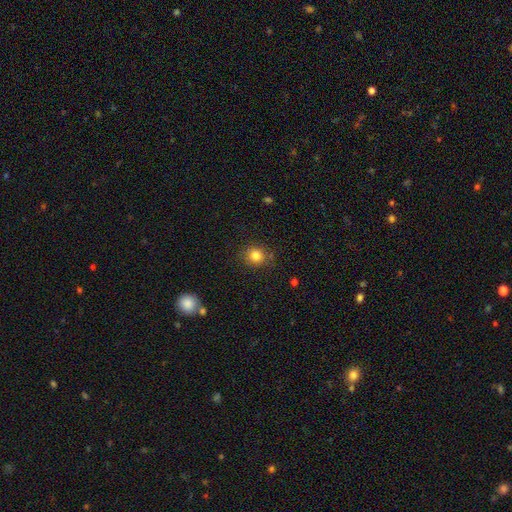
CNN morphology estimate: smooth-or-featured: smooth: 83% | star or artifact: 12% | featured or disk: 6%
  how-rounded: round: 82% | in between: 17% | cigar-shaped: 1%
  merging: none: 83% | minor disturbance: 11% | major disturbance: 3% | merger: 2%